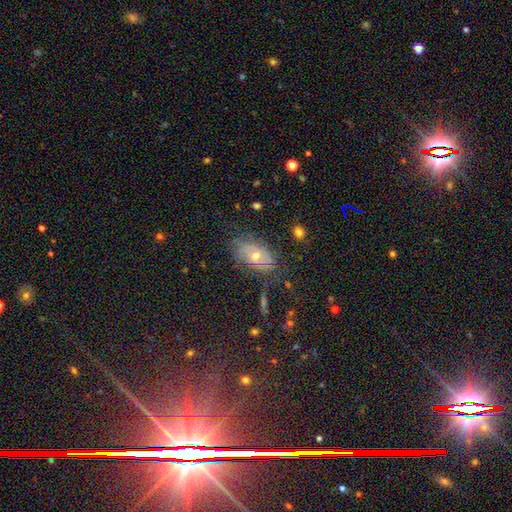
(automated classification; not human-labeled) Overall: featured or disk (46%; smooth 36%). Merging: none (68%).